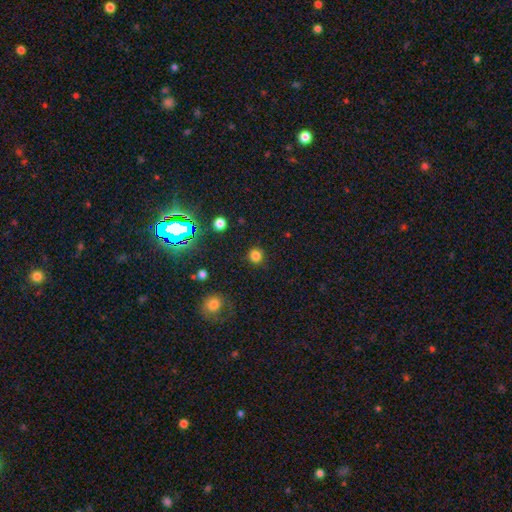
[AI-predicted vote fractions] Overall: smooth (79%). How rounded: round (93%). Merging: none (90%).